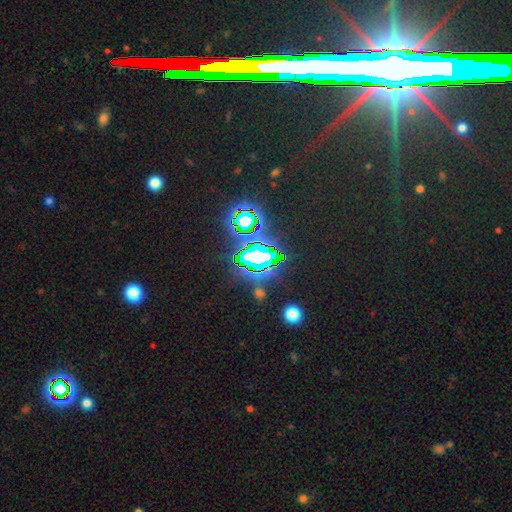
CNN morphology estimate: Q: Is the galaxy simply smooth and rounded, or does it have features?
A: star or artifact — 76%.